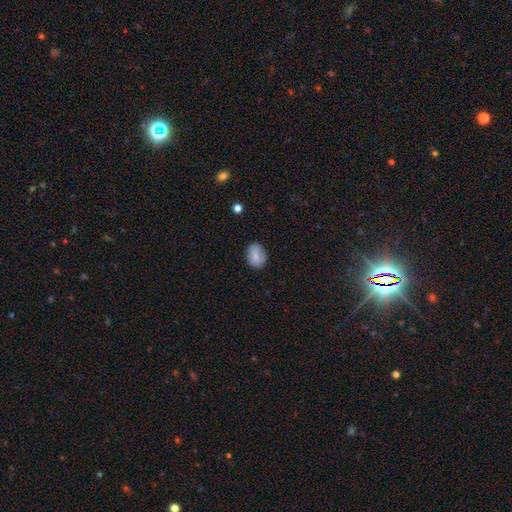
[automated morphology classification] Smooth or featured: smooth — 81% (featured or disk — 11%)
How rounded: in between — 74% (round — 25%)
Merging: none — 80% (minor disturbance — 15%)